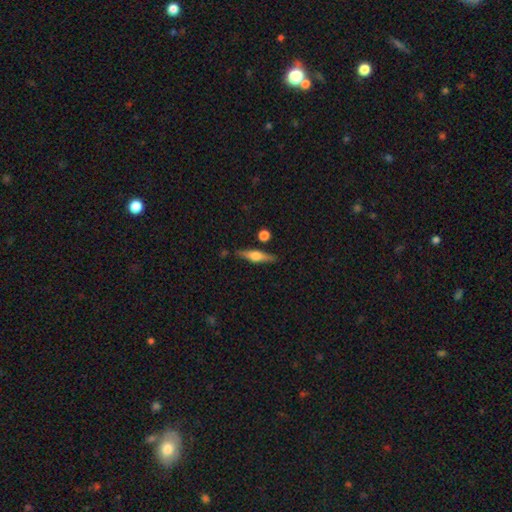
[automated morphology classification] A featured or disk galaxy (60%) viewed edge-on (96%) with a rounded central bulge (89%). Merging: none (83%).